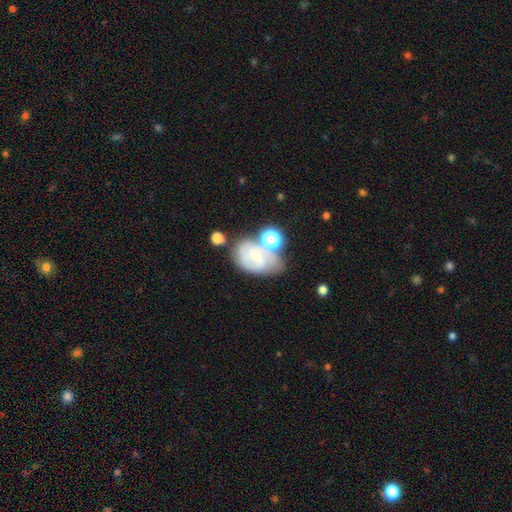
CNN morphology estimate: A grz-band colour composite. It shows a featured or disk galaxy (52%) with no bar (66%), spiral arms (73%) and a small central bulge (62%). Merging: none (39%).